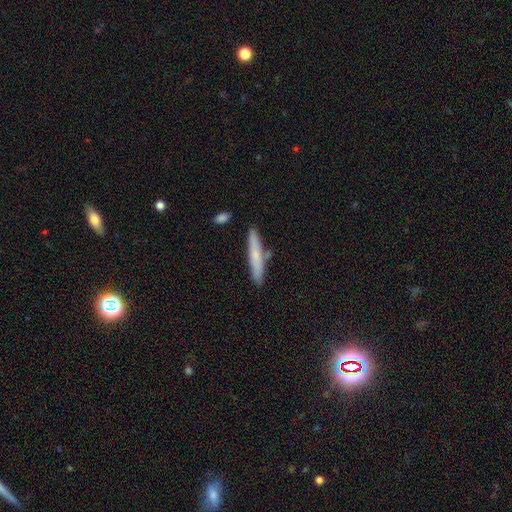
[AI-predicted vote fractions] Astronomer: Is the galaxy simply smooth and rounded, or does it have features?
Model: smooth — 67%.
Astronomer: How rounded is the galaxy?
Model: cigar-shaped — 92%.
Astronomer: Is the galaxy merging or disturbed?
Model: none — 83%.